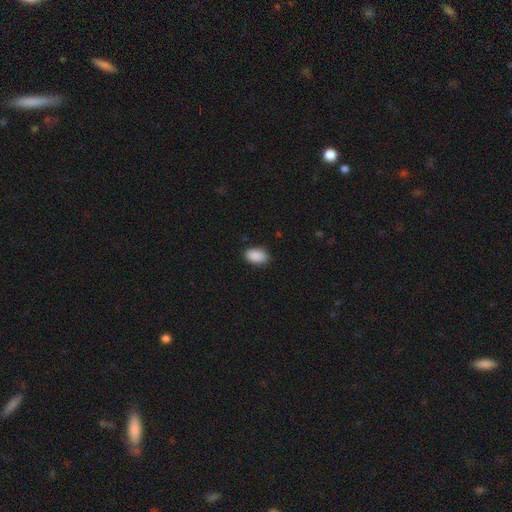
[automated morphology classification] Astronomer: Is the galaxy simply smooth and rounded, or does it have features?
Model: smooth — 90%.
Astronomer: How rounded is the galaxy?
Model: in between — 93%.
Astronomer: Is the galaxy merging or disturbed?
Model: none — 86%.